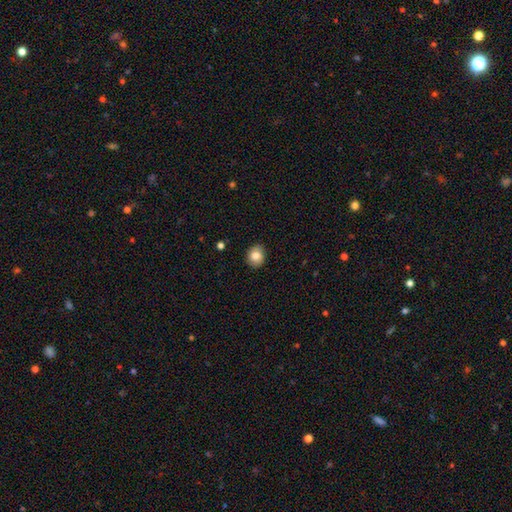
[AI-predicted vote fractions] This appears to be a smooth galaxy with no disk features (82%) that is round (64%). Merging: none (88%).